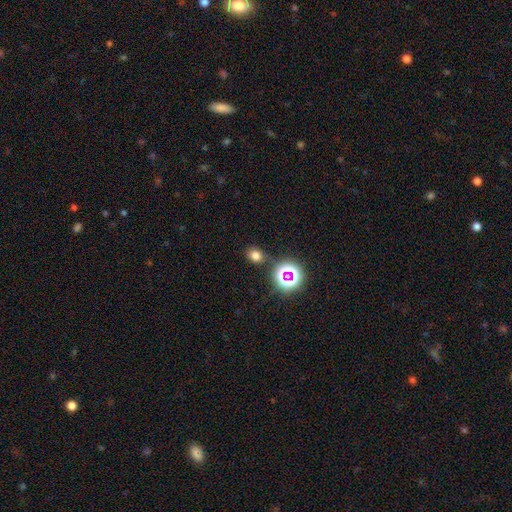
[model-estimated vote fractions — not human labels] This is likely a smooth galaxy (70%). How rounded: likely round (63%). Merging: likely none (79%).